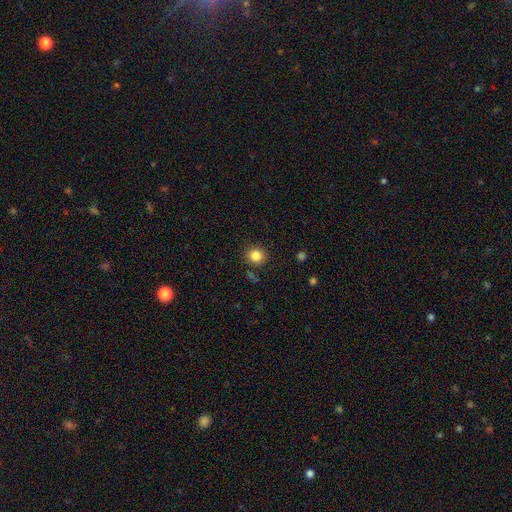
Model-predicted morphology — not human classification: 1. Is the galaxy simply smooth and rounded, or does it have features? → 84% smooth, 11% star or artifact, 5% featured or disk.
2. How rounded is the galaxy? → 85% round, 14% in between, 1% cigar-shaped.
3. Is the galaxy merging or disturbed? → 86% none, 9% minor disturbance, 3% major disturbance, 3% merger.